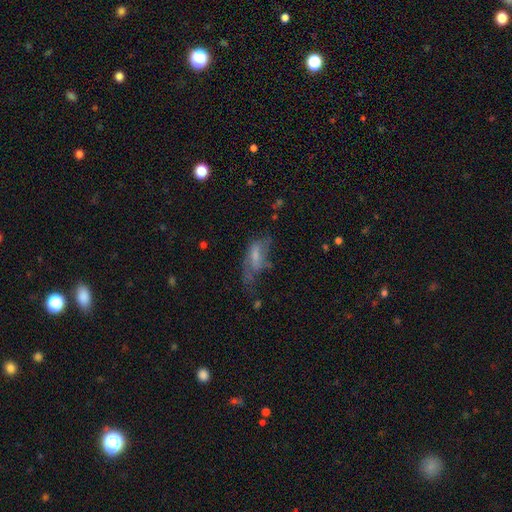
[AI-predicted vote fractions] Smooth or featured: smooth — 48% (featured or disk — 41%)
Merging: major disturbance — 44% (none — 27%)